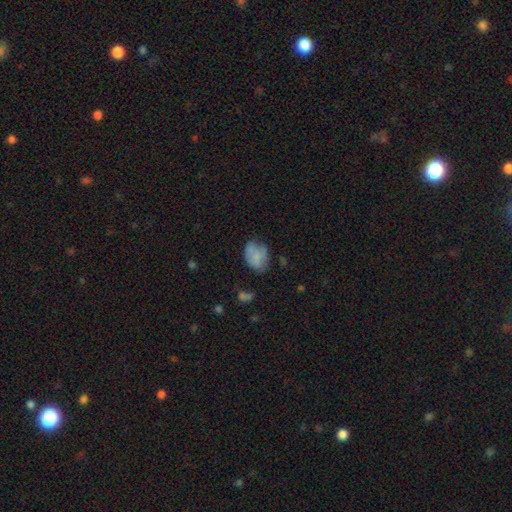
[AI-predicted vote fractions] Smooth or featured?
  - smooth: 70% *
  - featured or disk: 21%
  - star or artifact: 9%
How rounded?
  - in between: 73% *
  - round: 26%
  - cigar-shaped: 1%
Merging?
  - none: 50% *
  - minor disturbance: 32%
  - major disturbance: 13%
  - merger: 5%